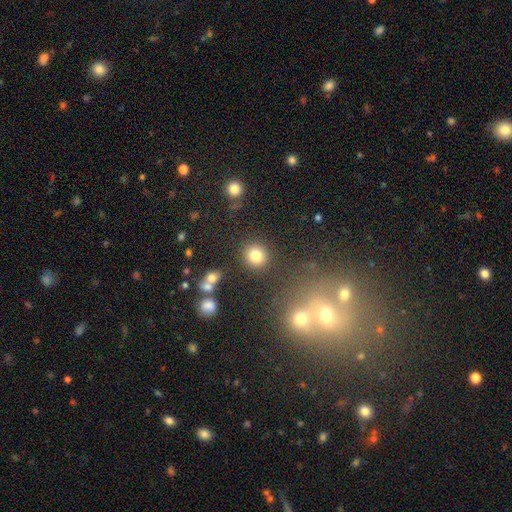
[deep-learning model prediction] Smooth or featured: smooth — 81% (star or artifact — 12%)
How rounded: round — 89% (in between — 10%)
Merging: none — 87% (minor disturbance — 7%)